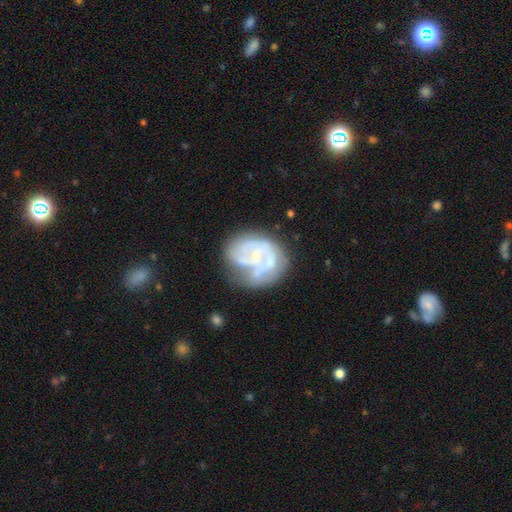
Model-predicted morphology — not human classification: This is likely a featured or disk galaxy (75%). It is clearly not viewed edge-on (98%). Bar: likely no (67%). Spiral arm pattern: likely yes (77%). Spiral arm count: marginally can't tell (37%). Spiral winding: possibly tight (50%). Central bulge: likely small (66%). Merging: possibly none (49%).